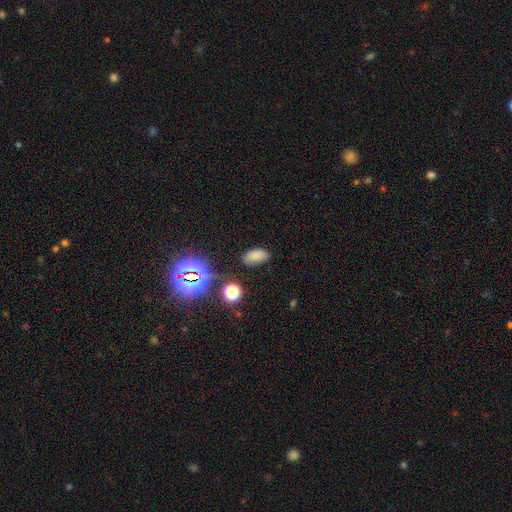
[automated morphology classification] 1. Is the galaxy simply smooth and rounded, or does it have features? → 76% smooth, 18% star or artifact, 5% featured or disk.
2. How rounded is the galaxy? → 92% in between, 5% round, 4% cigar-shaped.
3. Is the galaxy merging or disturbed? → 84% none, 10% minor disturbance, 3% major disturbance, 2% merger.